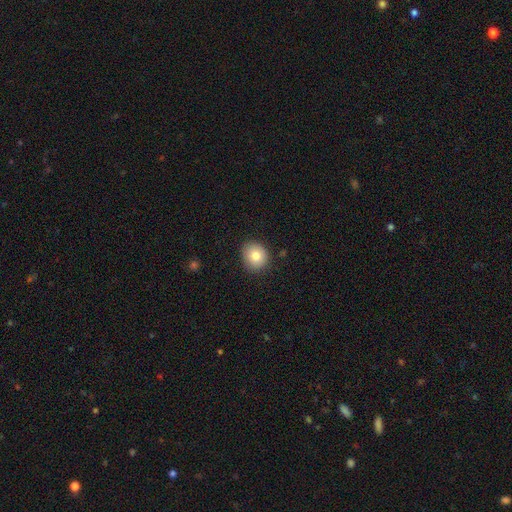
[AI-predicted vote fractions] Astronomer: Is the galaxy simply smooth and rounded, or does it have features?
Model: smooth — 81%.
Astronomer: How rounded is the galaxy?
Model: round — 79%.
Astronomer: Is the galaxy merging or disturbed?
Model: none — 85%.